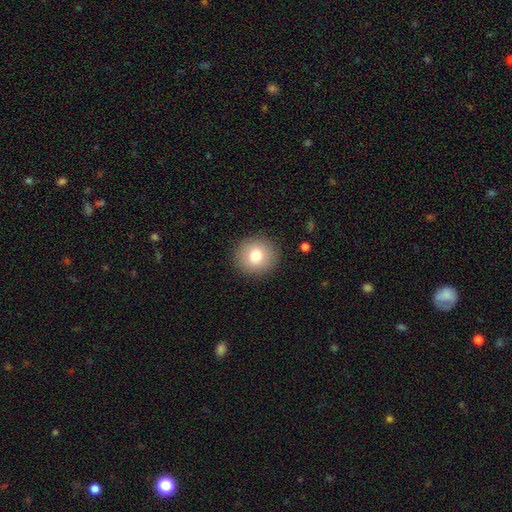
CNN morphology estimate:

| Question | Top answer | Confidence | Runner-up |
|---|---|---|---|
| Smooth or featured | smooth | 78% | featured or disk (13%) |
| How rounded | round | 91% | in between (9%) |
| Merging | none | 90% | minor disturbance (6%) |